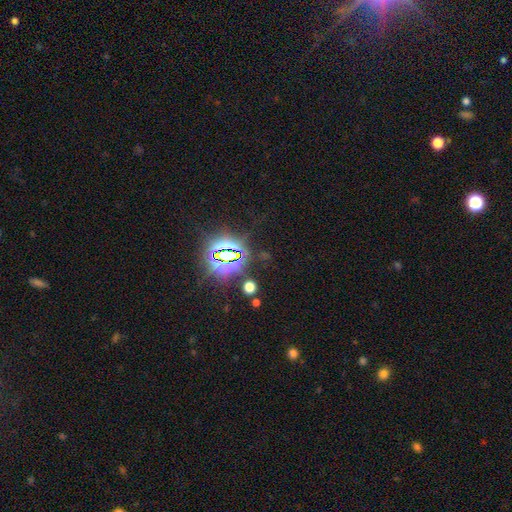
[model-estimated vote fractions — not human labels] Overall: star or artifact (82%).